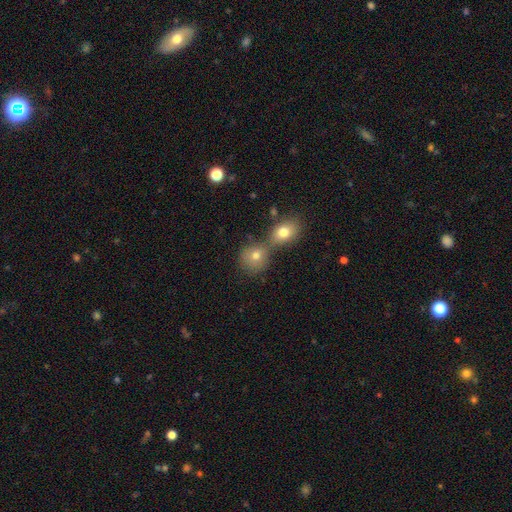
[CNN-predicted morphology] Smooth or featured: smooth — 74% (star or artifact — 13%)
How rounded: round — 81% (in between — 18%)
Merging: none — 45% (merger — 43%)